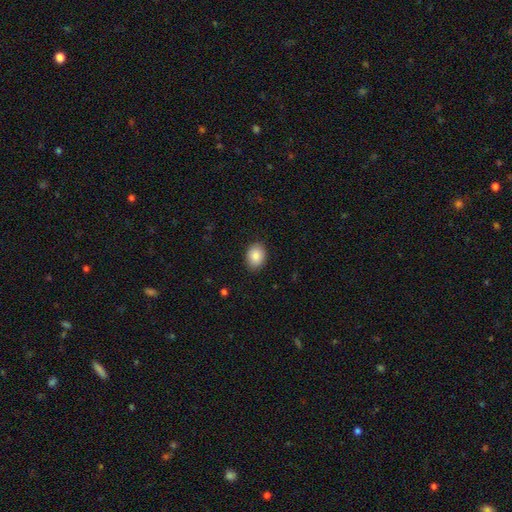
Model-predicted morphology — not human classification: A smooth galaxy with no disk features (87%) that is in between round and cigar-shaped (69%). Merging: none (89%).